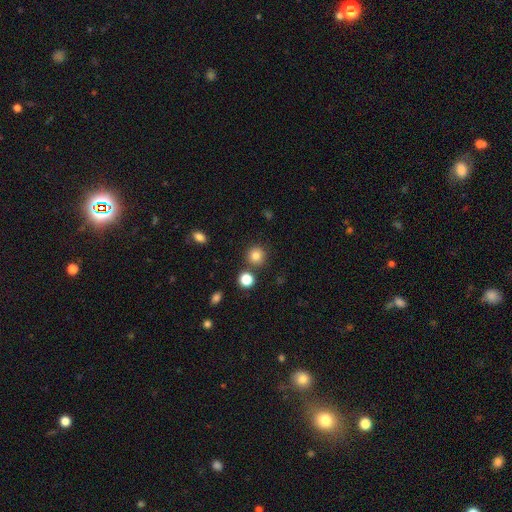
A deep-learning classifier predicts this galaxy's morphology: Smooth or featured? smooth (82%)
How rounded? round (93%)
Merging? none (84%)